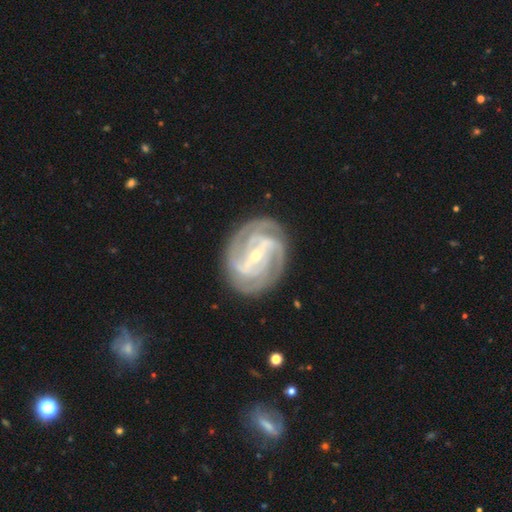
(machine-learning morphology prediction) Smooth or featured: featured or disk — 92% (smooth — 4%)
Edge-on disk: no — 97% (yes — 3%)
Bar: strong — 64% (weak — 27%)
Spiral arms: yes — 98% (no — 2%)
Spiral winding: tight — 66% (medium — 30%)
Spiral arm count: 3 — 34% (4 — 21%)
Bulge size: small — 66% (moderate — 31%)
Merging: none — 82% (minor disturbance — 13%)